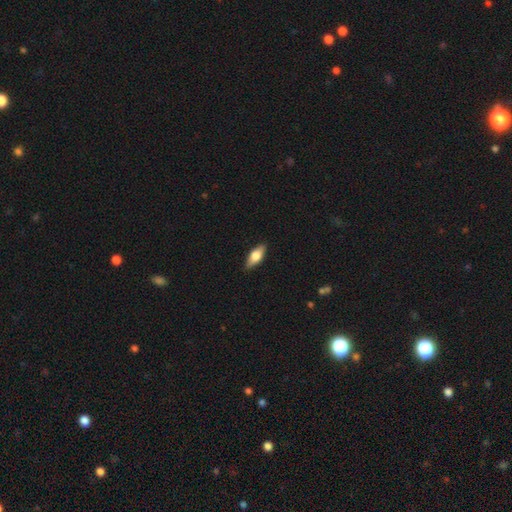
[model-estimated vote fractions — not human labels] smooth_or_featured: smooth (p=0.65) [alt: featured or disk p=0.29]
how_rounded: in between (p=0.77) [alt: cigar-shaped p=0.19]
merging: none (p=0.87) [alt: minor disturbance p=0.10]